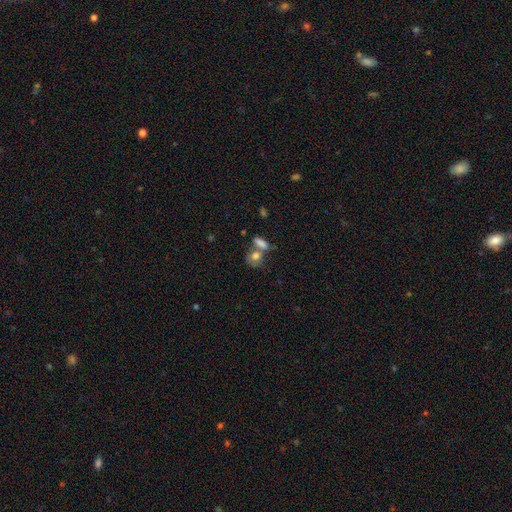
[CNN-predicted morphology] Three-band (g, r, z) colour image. It shows a smooth galaxy with no disk features (57%) that is round (50%). Merging: none (47%).